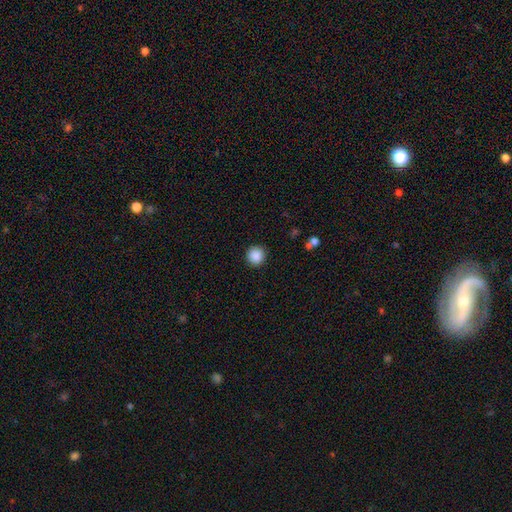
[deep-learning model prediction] This appears to be a smooth galaxy with no disk features (89%) that is round (95%). Merging: none (91%).